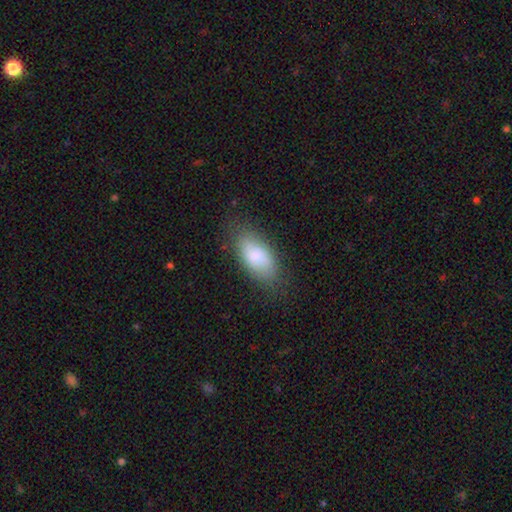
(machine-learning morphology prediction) Smooth or featured? Predicted: smooth (p=0.83). How rounded? Predicted: in between (p=0.90). Merging? Predicted: none (p=0.78).